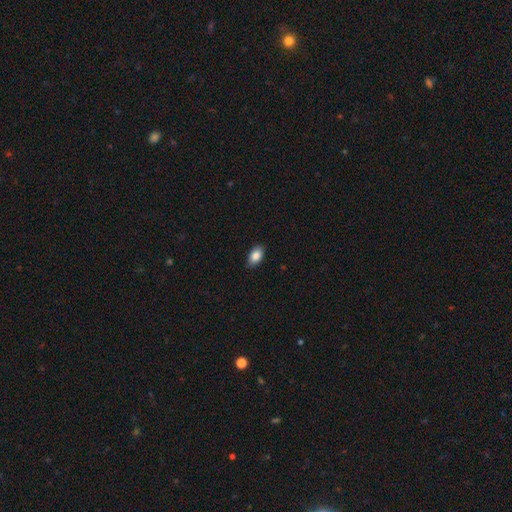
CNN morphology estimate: The model was most divided on "merging": none: 87%, minor disturbance: 10%, major disturbance: 2%, merger: 1%. More confident: how rounded — in between (90%); smooth or featured — smooth (86%).